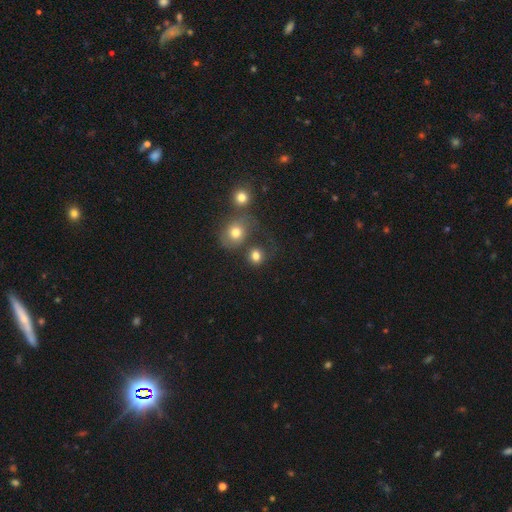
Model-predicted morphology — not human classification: Overall: smooth (79%). How rounded: round (81%). Merging: none (52%; merger 26%).